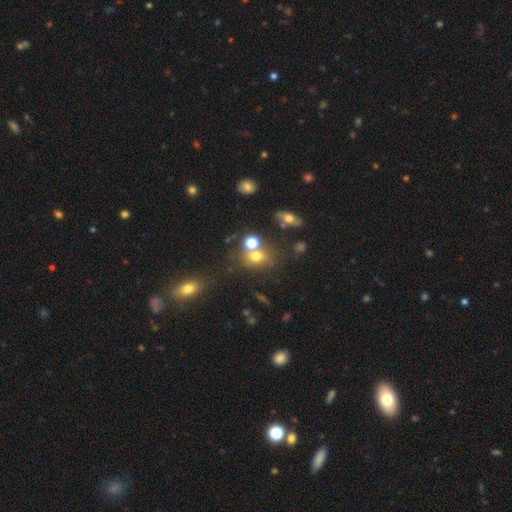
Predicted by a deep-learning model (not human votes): The model was most divided on "merging": none: 51%, merger: 30%, minor disturbance: 13%, major disturbance: 7%. More confident: smooth or featured — smooth (67%); how rounded — round (60%).